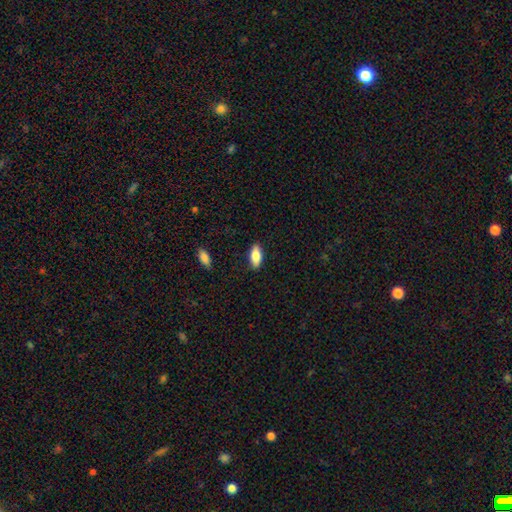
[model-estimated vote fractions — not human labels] Morphology: type=smooth (78%); roundness=in between (82%); merging=none (87%).